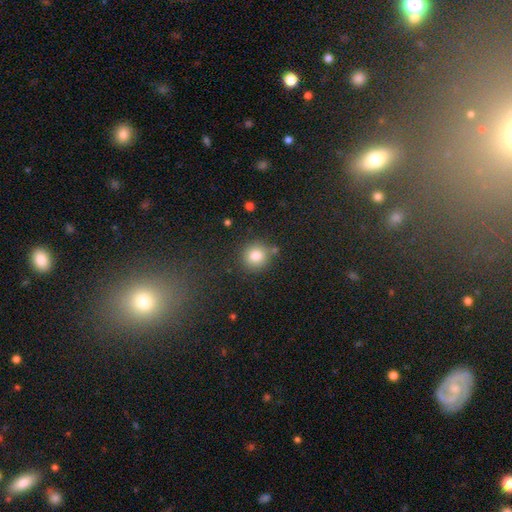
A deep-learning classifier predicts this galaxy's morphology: type=smooth (82%); roundness=round (90%); merging=none (80%).